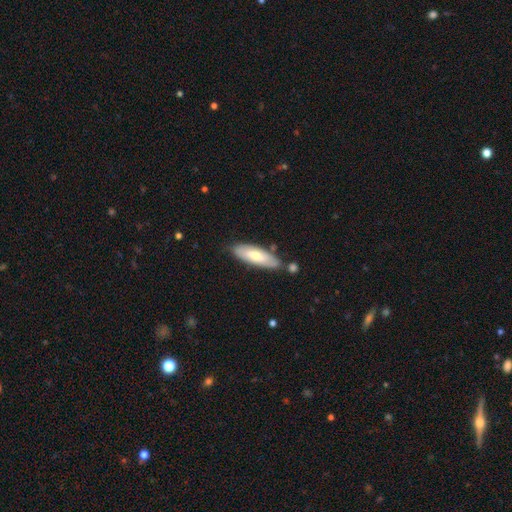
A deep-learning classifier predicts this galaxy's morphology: This appears to be a smooth galaxy with no disk features (53%) that is in between round and cigar-shaped (58%). Merging: none (75%).